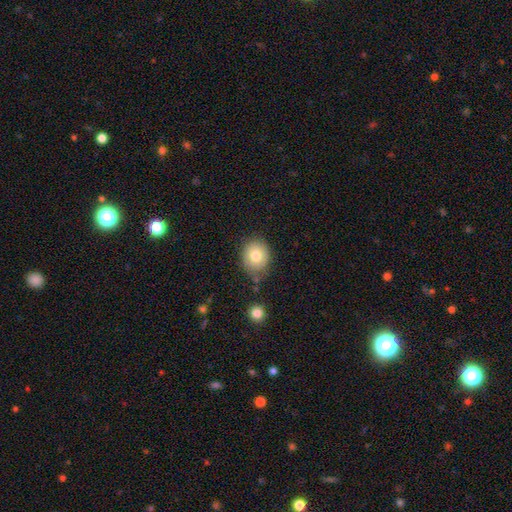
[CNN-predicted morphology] This appears to be a smooth galaxy with no disk features (78%) that is round (70%). Merging: none (75%).